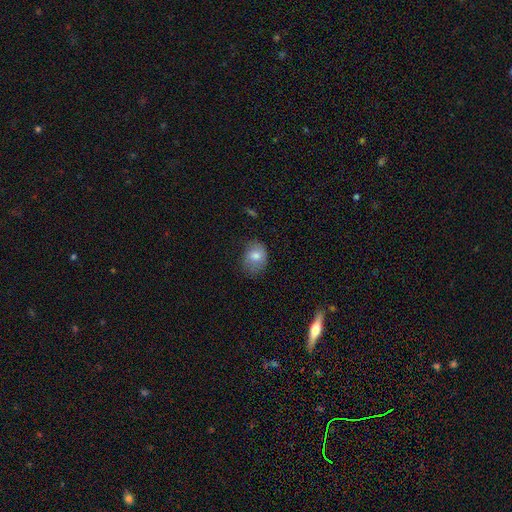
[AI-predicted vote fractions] Smooth or featured? smooth (76%)
How rounded? round (50%)
Merging? none (61%)